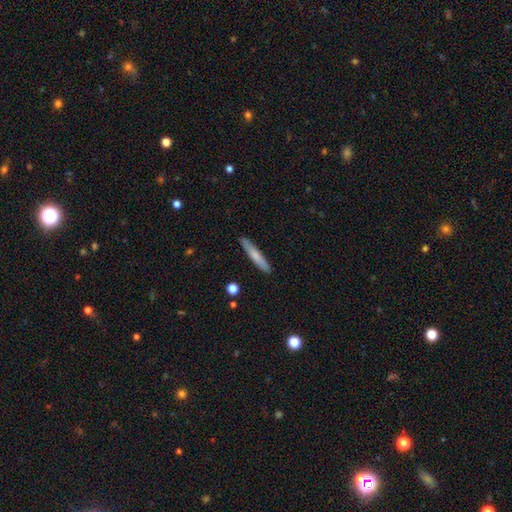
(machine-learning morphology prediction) Smooth or featured? Predicted: smooth (p=0.68). How rounded? Predicted: cigar-shaped (p=0.93). Merging? Predicted: none (p=0.89).